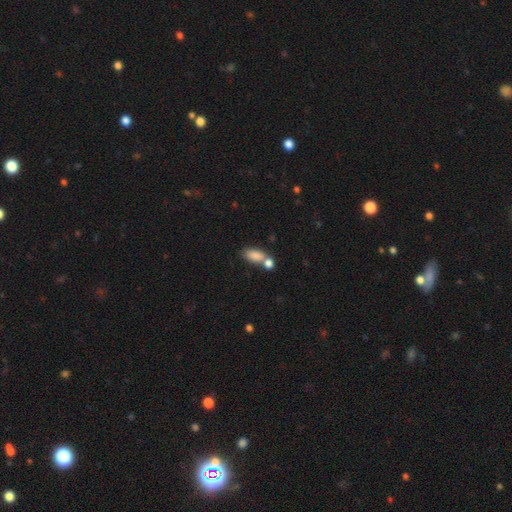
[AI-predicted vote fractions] This appears to be a smooth galaxy with no disk features (84%) that is in between round and cigar-shaped (87%). Merging: merger (44%).